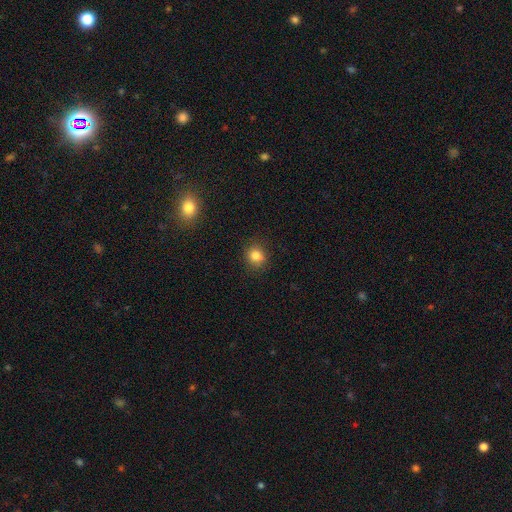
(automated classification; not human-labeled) This appears to be a smooth galaxy with no disk features (82%) that is round (81%). Merging: none (84%).